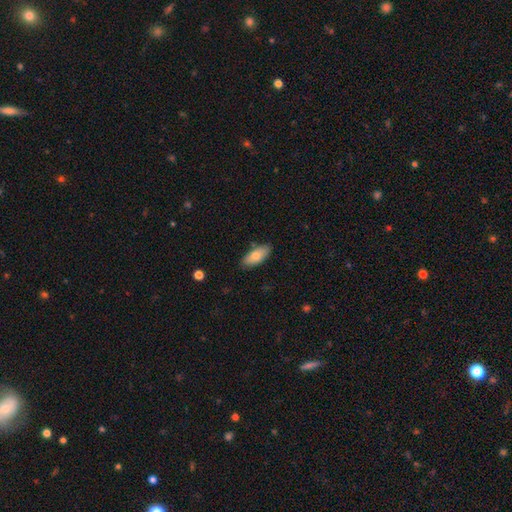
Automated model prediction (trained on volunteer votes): Smooth or featured: smooth — 74% (featured or disk — 19%)
How rounded: in between — 84% (cigar-shaped — 13%)
Merging: none — 83% (minor disturbance — 13%)